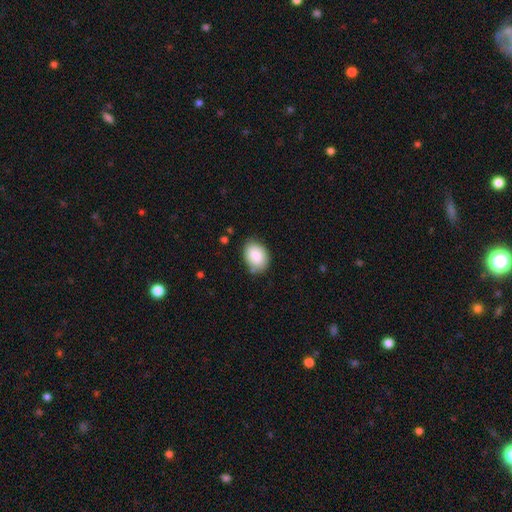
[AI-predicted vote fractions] Smooth or featured?
  - smooth: 85% *
  - featured or disk: 8%
  - star or artifact: 6%
How rounded?
  - in between: 77% *
  - round: 22%
  - cigar-shaped: 1%
Merging?
  - none: 78% *
  - minor disturbance: 17%
  - major disturbance: 3%
  - merger: 2%